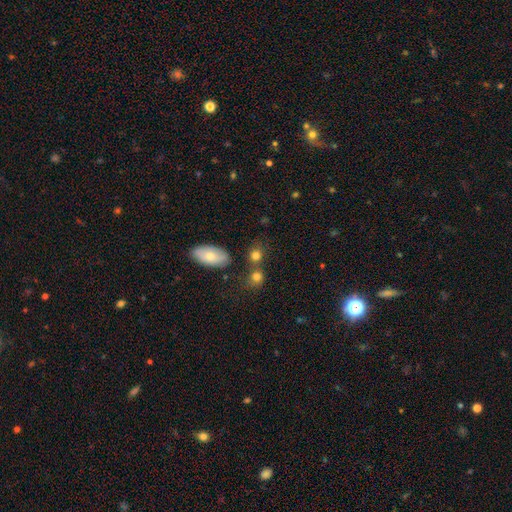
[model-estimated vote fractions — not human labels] A smooth galaxy with no disk features (81%) that is round (71%). Merging: none (63%).